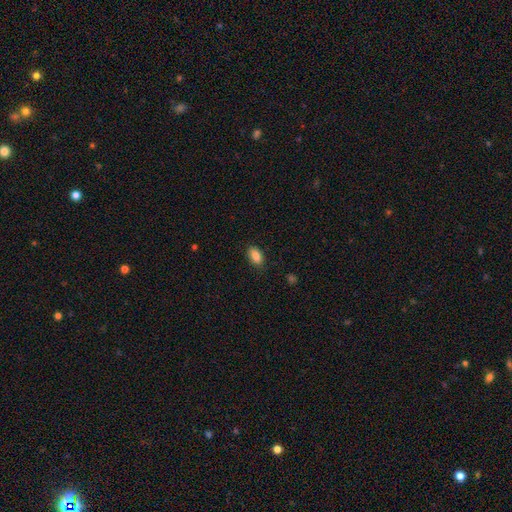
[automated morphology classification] The model was most divided on "merging": none: 85%, minor disturbance: 11%, major disturbance: 2%, merger: 1%. More confident: how rounded — in between (91%); smooth or featured — smooth (87%).